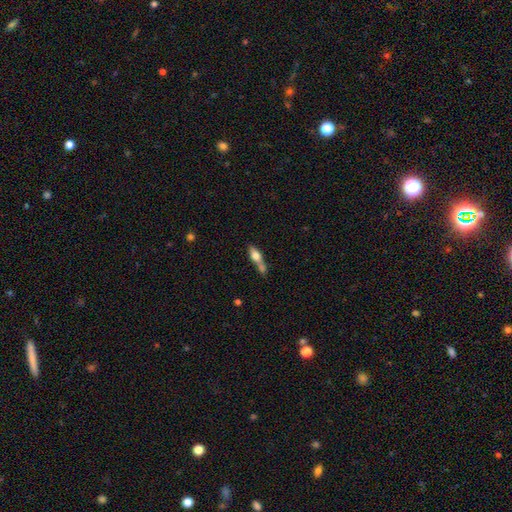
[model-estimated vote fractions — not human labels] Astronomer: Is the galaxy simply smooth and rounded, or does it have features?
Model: smooth — 66%.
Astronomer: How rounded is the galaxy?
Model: in between — 57% (runner-up: cigar-shaped, 39%).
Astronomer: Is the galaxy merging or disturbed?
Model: merger — 46% (runner-up: none, 32%).